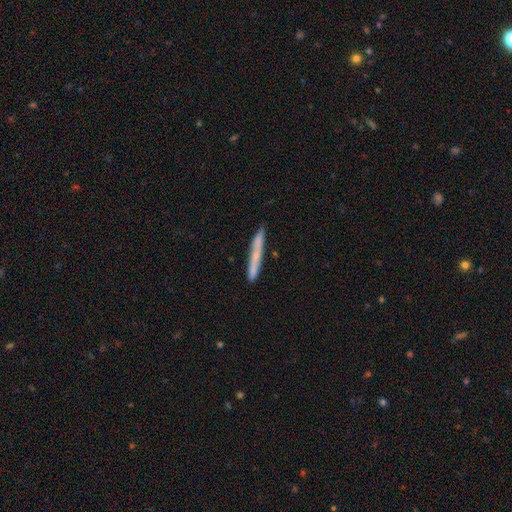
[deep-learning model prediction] This is likely a smooth galaxy (62%). How rounded: clearly cigar-shaped (96%). Merging: clearly none (87%).